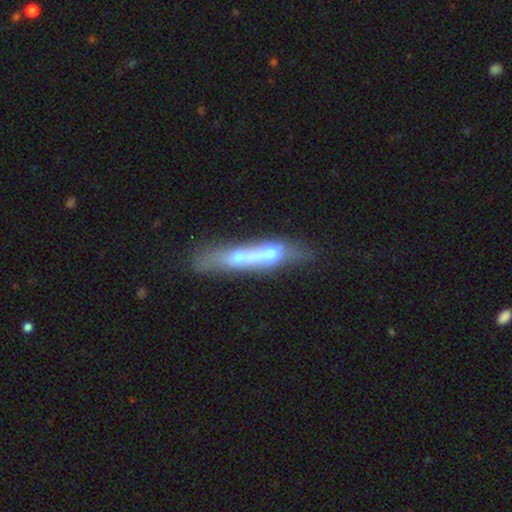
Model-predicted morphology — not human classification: This is possibly a featured or disk galaxy (57%). It is likely viewed edge-on (65%). Merging: possibly merger (53%).